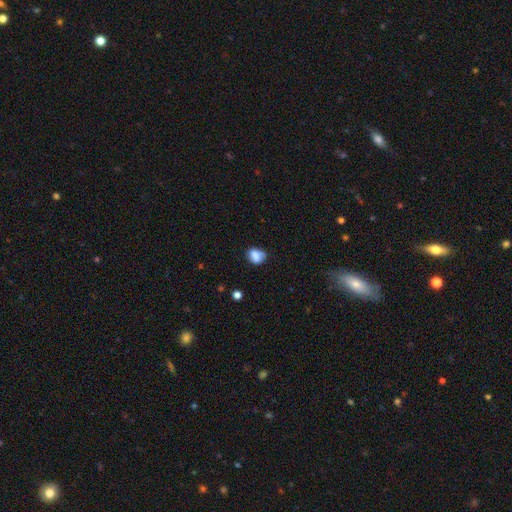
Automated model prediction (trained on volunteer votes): Q: Smooth or featured?
A: smooth (80%); runner-up: featured or disk (11%)
Q: How rounded?
A: in between (56%); runner-up: round (43%)
Q: Merging?
A: none (56%); runner-up: minor disturbance (29%)